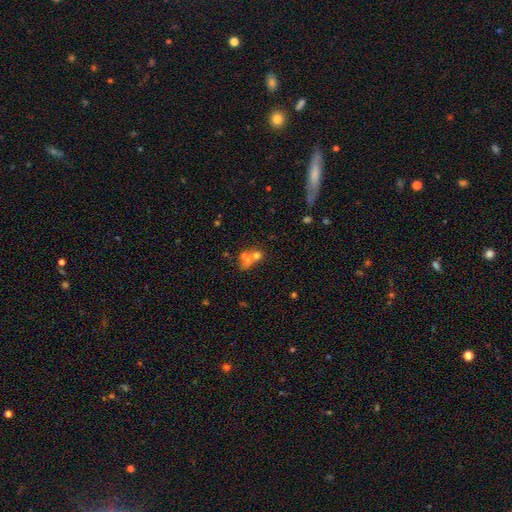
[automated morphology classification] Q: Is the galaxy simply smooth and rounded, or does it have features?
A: smooth — 43%.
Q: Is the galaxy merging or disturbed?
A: none — 57%.